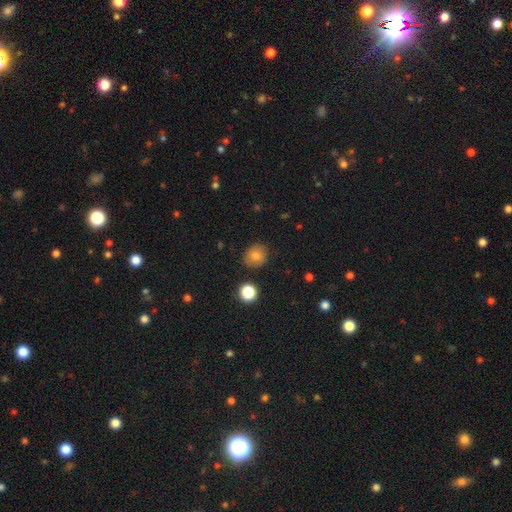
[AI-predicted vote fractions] smooth 79%, star or artifact 12%, featured or disk 9%. Down the decision tree: how rounded — round (78%); merging — none (83%).